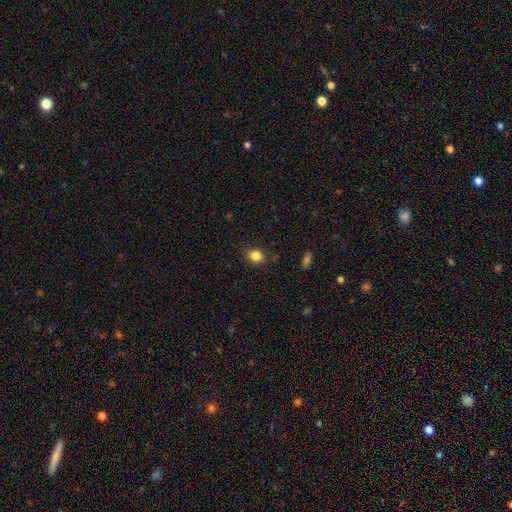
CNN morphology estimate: This is clearly a smooth galaxy (84%). How rounded: possibly round (54%). Merging: clearly none (85%).